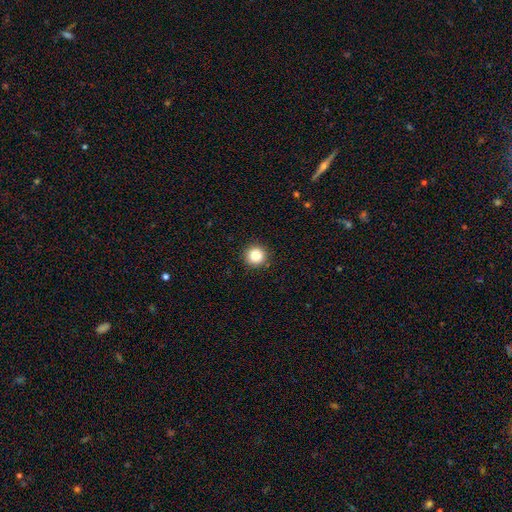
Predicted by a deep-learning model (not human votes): This appears to be a smooth galaxy with no disk features (85%) that is round (95%). Merging: none (91%).